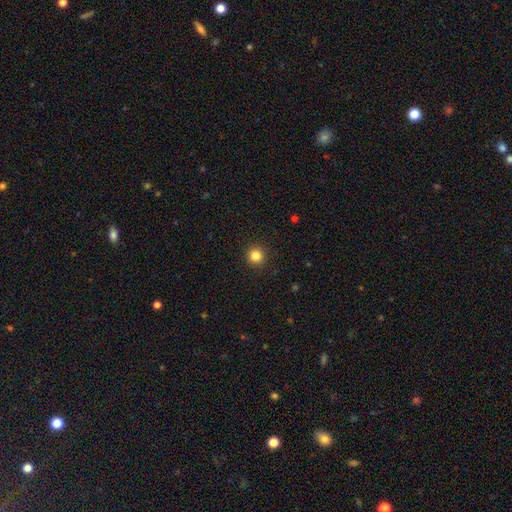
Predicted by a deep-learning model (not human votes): Smooth or featured: smooth — 84% (star or artifact — 12%)
How rounded: round — 95% (in between — 4%)
Merging: none — 93% (minor disturbance — 4%)